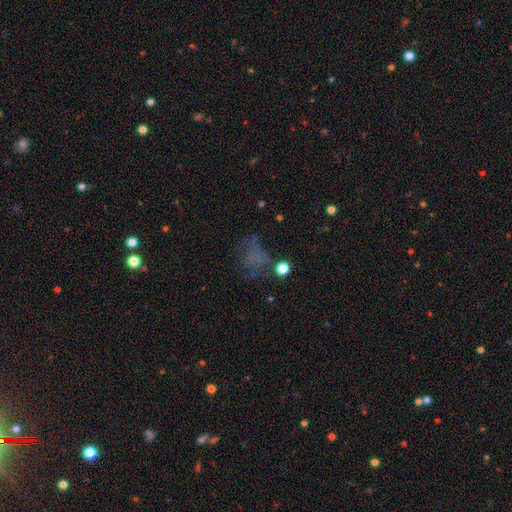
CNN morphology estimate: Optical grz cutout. It shows a smooth galaxy with no disk features (44%). Merging: none (46%).